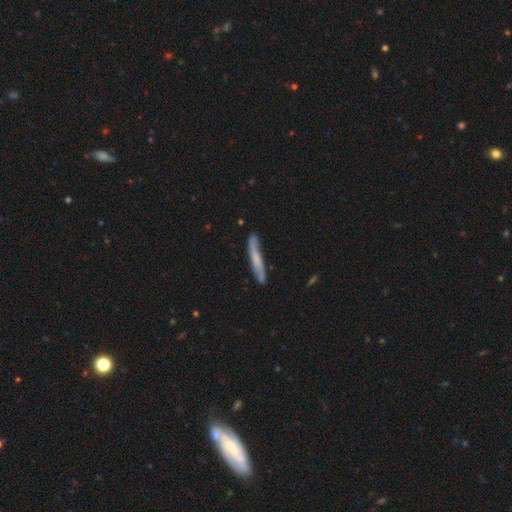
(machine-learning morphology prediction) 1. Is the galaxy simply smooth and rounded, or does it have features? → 47% smooth, 45% featured or disk, 7% star or artifact.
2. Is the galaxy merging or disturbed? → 75% none, 19% minor disturbance, 4% major disturbance, 3% merger.